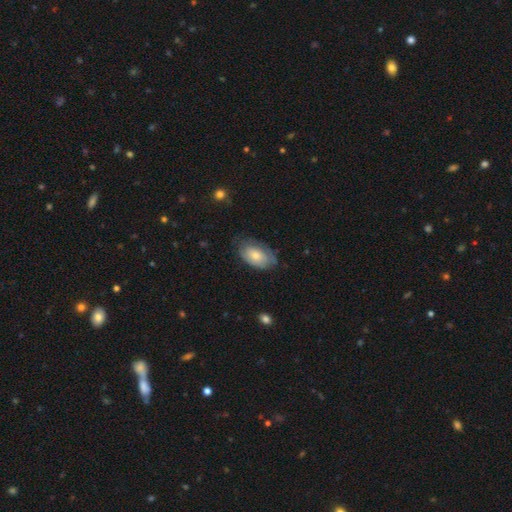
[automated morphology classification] A smooth galaxy with no disk features (64%) that is in between round and cigar-shaped (93%).

Vote fractions:
- Smooth or featured? smooth: 64% / featured or disk: 29% / star or artifact: 6%
- How rounded? in between: 93% / round: 6% / cigar-shaped: 2%
- Merging? none: 61% / minor disturbance: 29% / major disturbance: 9% / merger: 1%